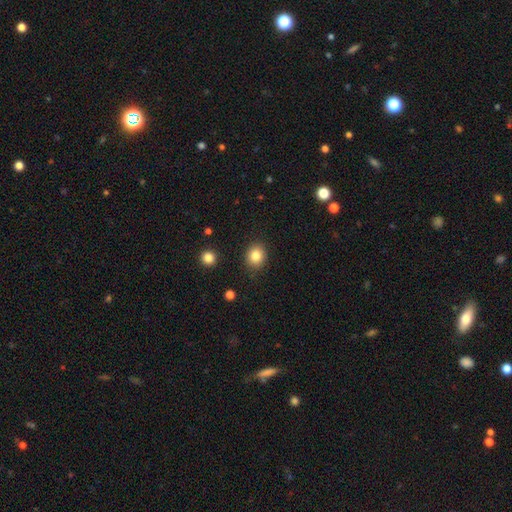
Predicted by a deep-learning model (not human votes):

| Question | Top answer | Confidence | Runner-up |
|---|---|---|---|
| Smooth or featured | smooth | 83% | star or artifact (10%) |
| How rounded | round | 70% | in between (29%) |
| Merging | none | 89% | minor disturbance (8%) |